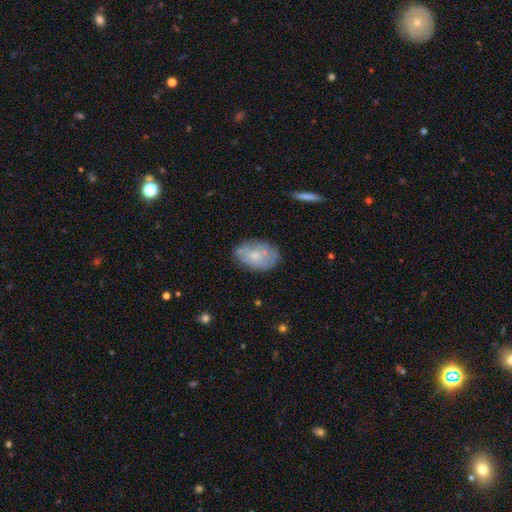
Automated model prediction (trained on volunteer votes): smooth-or-featured: smooth: 57% | featured or disk: 36% | star or artifact: 7%
  how-rounded: in between: 86% | round: 13% | cigar-shaped: 1%
  merging: none: 68% | minor disturbance: 22% | major disturbance: 6% | merger: 3%